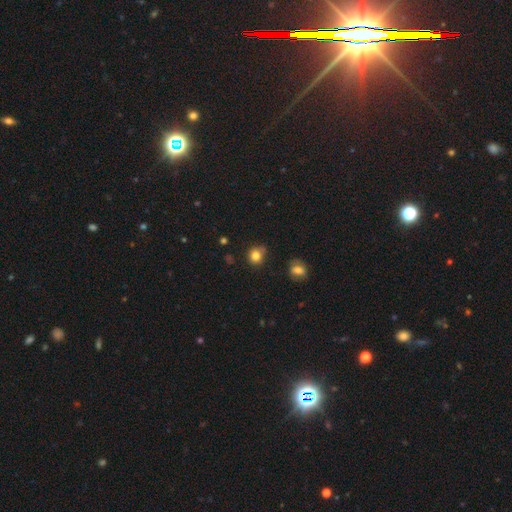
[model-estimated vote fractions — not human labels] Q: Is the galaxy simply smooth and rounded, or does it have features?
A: smooth — 80%.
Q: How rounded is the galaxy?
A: round — 79%.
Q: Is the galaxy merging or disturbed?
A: none — 68%.